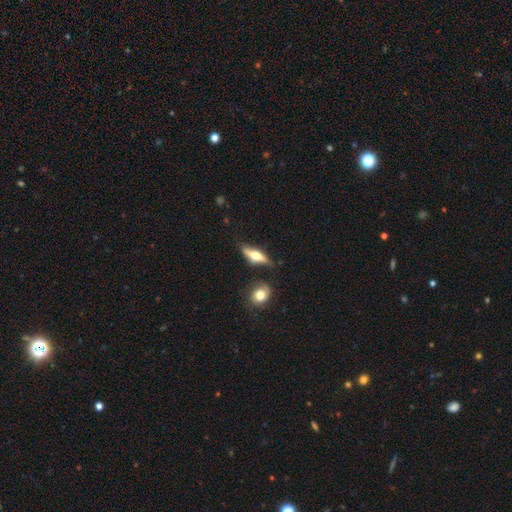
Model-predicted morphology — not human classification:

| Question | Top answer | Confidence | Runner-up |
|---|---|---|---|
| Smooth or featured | featured or disk | 57% | smooth (36%) |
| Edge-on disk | yes | 85% | no (15%) |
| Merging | none | 66% | minor disturbance (20%) |